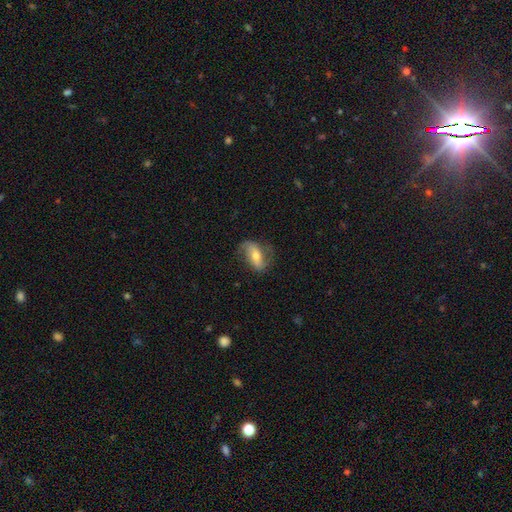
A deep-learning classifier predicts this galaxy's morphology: This appears to be a featured or disk galaxy (63%) with a strong bar (36%), spiral arms (87%) and a moderate central bulge (59%). Merging: none (68%).